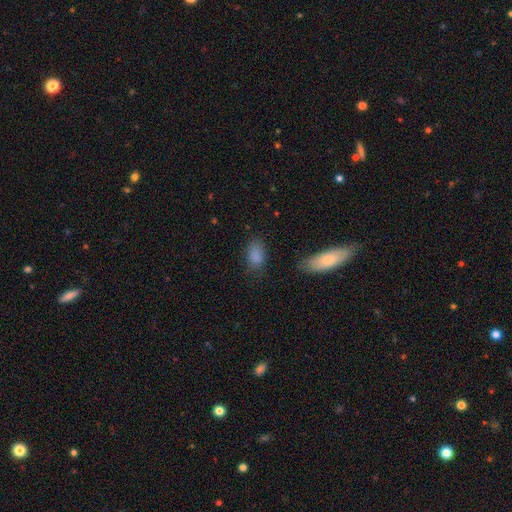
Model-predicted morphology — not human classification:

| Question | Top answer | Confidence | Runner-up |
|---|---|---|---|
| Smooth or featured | smooth | 83% | star or artifact (11%) |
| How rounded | in between | 90% | round (8%) |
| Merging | none | 67% | minor disturbance (21%) |